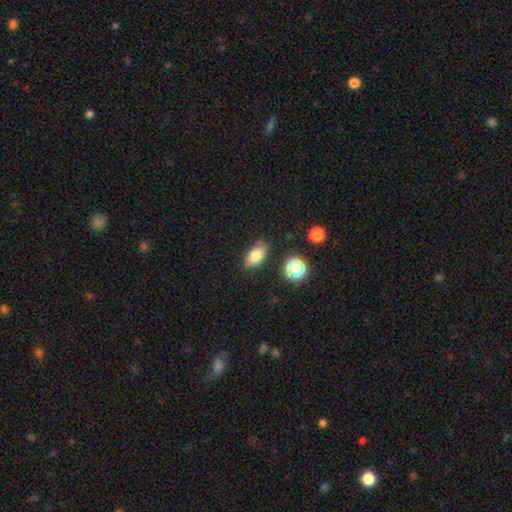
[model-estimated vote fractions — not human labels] The model was most divided on "merging": none: 80%, minor disturbance: 14%, major disturbance: 3%, merger: 3%. More confident: how rounded — in between (87%); smooth or featured — smooth (80%).